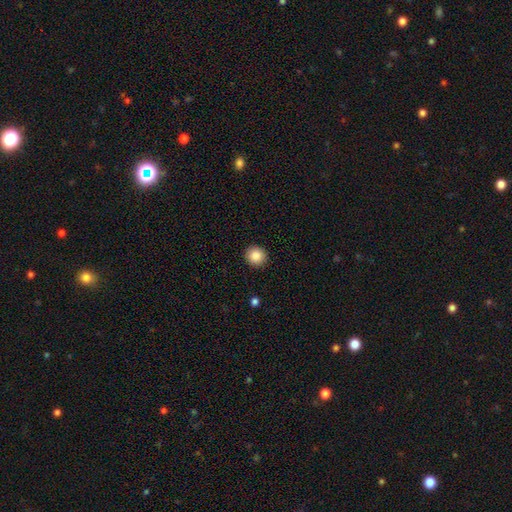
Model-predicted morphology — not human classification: Smooth or featured: smooth — 86% (star or artifact — 9%)
How rounded: round — 92% (in between — 7%)
Merging: none — 92% (minor disturbance — 5%)